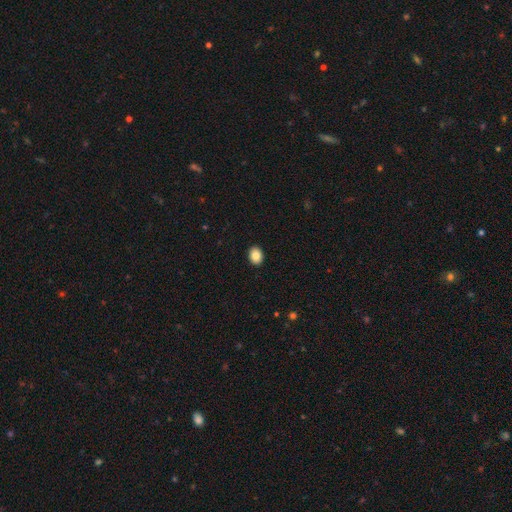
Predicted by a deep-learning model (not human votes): smooth-or-featured: smooth: 87% | star or artifact: 8% | featured or disk: 5%
  how-rounded: in between: 68% | round: 31% | cigar-shaped: 1%
  merging: none: 91% | minor disturbance: 6% | major disturbance: 2% | merger: 1%